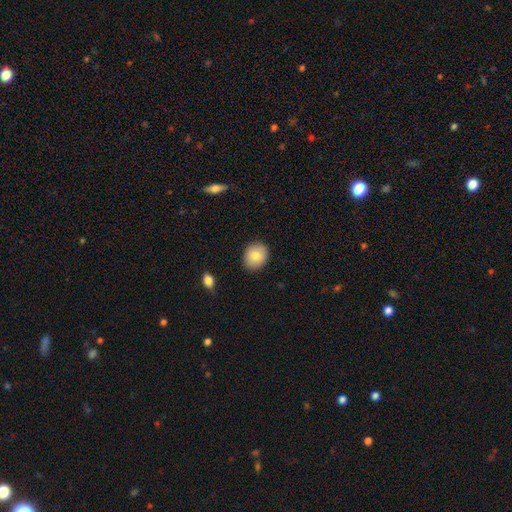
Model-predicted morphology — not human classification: Smooth or featured? Predicted: smooth (p=0.80). How rounded? Predicted: round (p=0.65). Merging? Predicted: none (p=0.88).